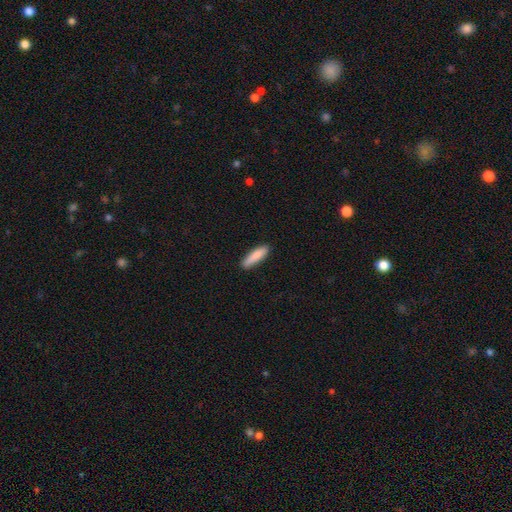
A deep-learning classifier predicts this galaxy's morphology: Overall: smooth (86%). How rounded: cigar-shaped (74%). Merging: none (88%).